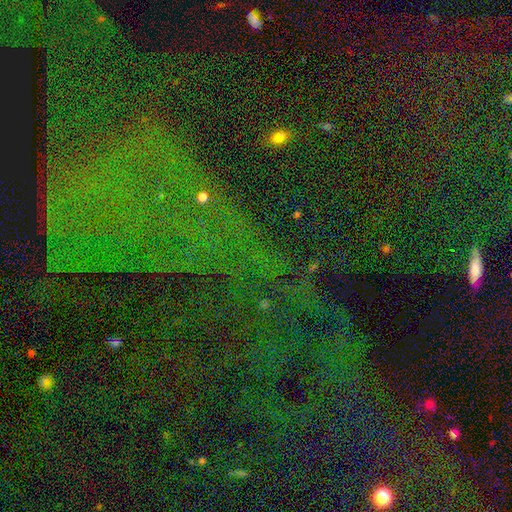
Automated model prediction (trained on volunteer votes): Overall: star or artifact (79%).